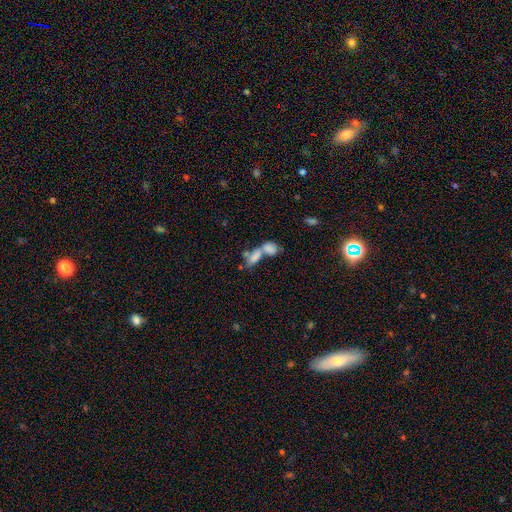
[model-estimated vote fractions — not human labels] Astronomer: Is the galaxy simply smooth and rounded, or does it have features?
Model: smooth — 71%.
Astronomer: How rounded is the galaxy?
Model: in between — 82%.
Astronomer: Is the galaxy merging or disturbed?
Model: merger — 72%.